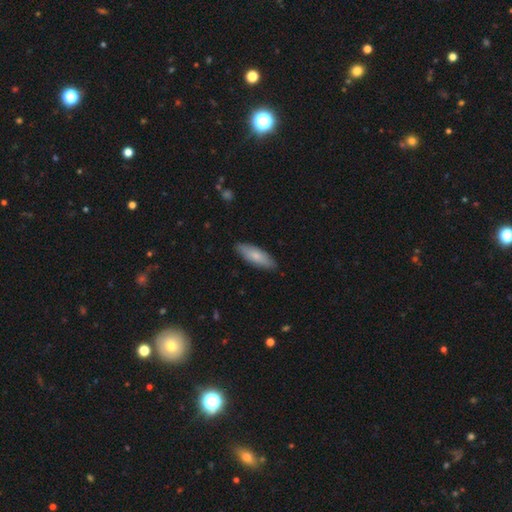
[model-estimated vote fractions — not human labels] Smooth or featured?
  - smooth: 77% *
  - featured or disk: 18%
  - star or artifact: 5%
How rounded?
  - in between: 58% *
  - cigar-shaped: 40%
  - round: 2%
Merging?
  - none: 86% *
  - minor disturbance: 11%
  - major disturbance: 2%
  - merger: 1%